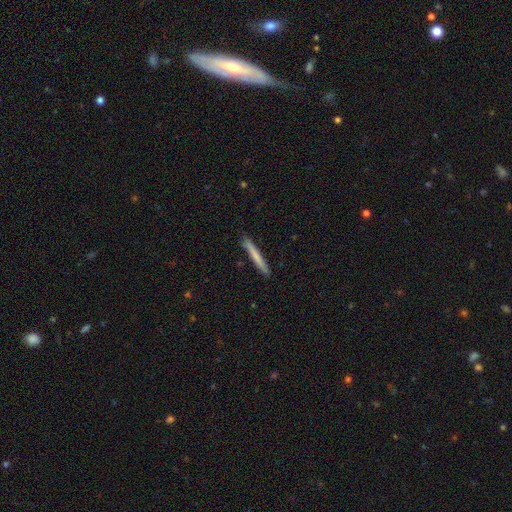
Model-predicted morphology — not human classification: smooth 71%, featured or disk 23%, star or artifact 5%. Down the decision tree: how rounded — cigar-shaped (97%); merging — none (90%).